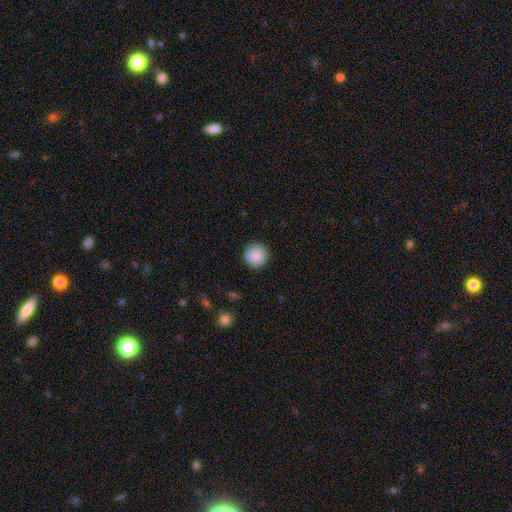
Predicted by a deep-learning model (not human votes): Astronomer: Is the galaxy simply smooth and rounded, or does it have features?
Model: smooth — 89%.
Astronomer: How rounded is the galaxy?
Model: round — 95%.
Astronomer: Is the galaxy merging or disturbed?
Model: none — 90%.